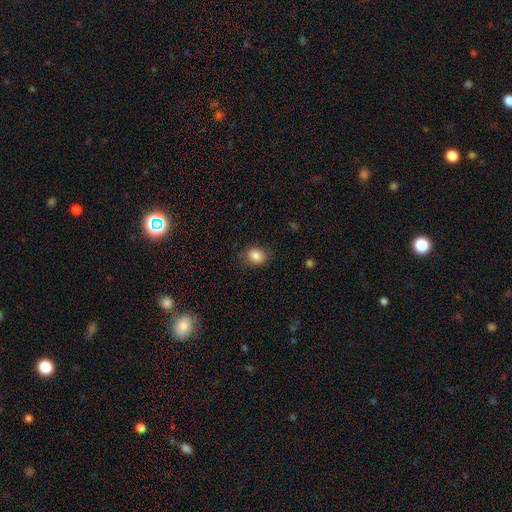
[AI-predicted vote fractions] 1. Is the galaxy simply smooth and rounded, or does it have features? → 86% smooth, 9% star or artifact, 5% featured or disk.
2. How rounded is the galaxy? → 52% in between, 47% round, 1% cigar-shaped.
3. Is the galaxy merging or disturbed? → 79% none, 15% minor disturbance, 4% major disturbance, 1% merger.